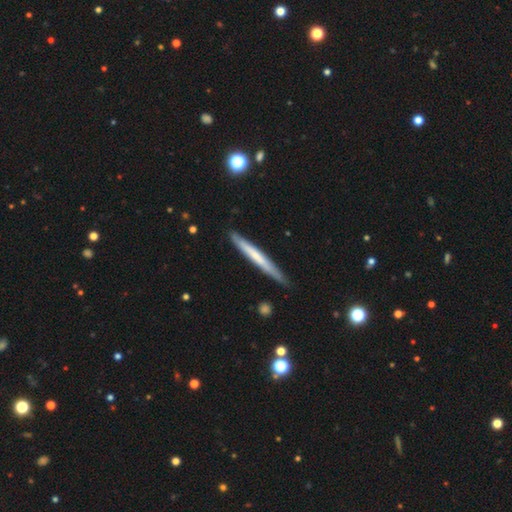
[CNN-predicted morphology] This appears to be a smooth galaxy with no disk features (50%) that is cigar-shaped (97%). Merging: none (85%).